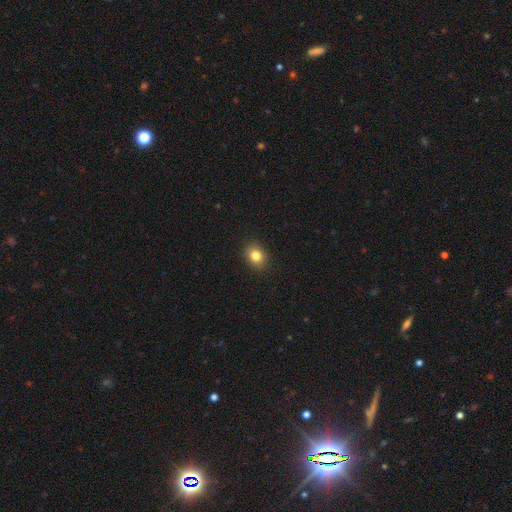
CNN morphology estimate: smooth 83%, star or artifact 10%, featured or disk 7%. Down the decision tree: how rounded — round (54%); merging — none (90%).